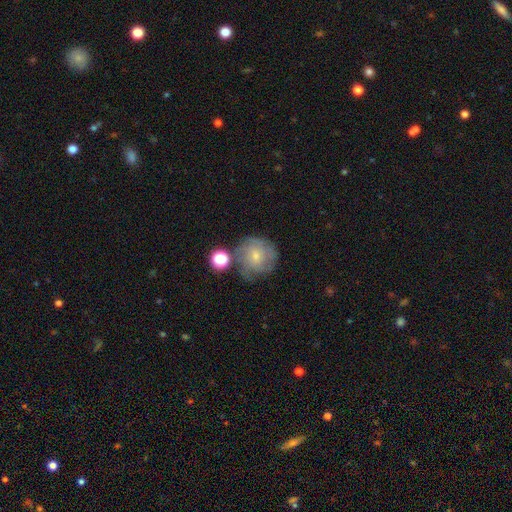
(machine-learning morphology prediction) Smooth or featured: smooth — 56% (featured or disk — 34%)
How rounded: round — 89% (in between — 10%)
Merging: none — 54% (minor disturbance — 22%)